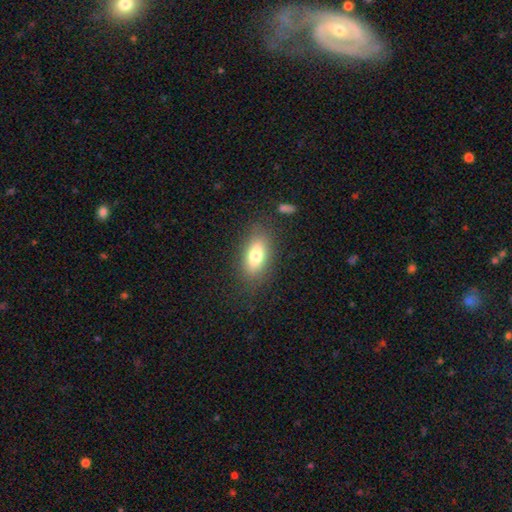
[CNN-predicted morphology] Smooth or featured? Predicted: smooth (p=0.76). How rounded? Predicted: in between (p=0.86). Merging? Predicted: none (p=0.81).